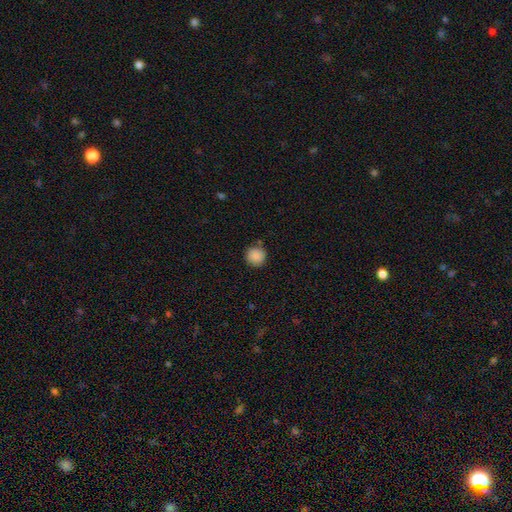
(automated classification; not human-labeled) This appears to be a smooth galaxy with no disk features (87%) that is round (93%). Merging: none (83%).